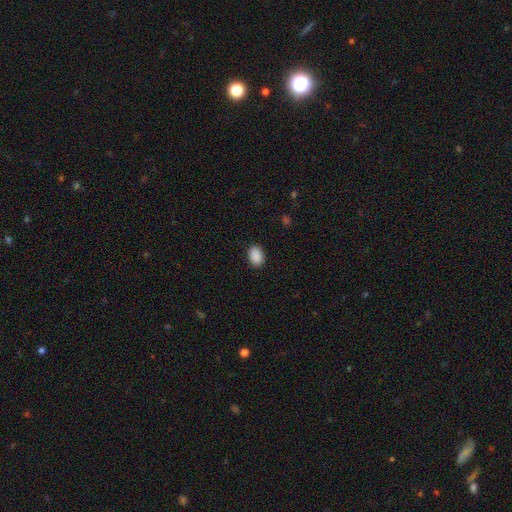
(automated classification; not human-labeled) Overall: smooth (90%). How rounded: in between (79%). Merging: none (89%).